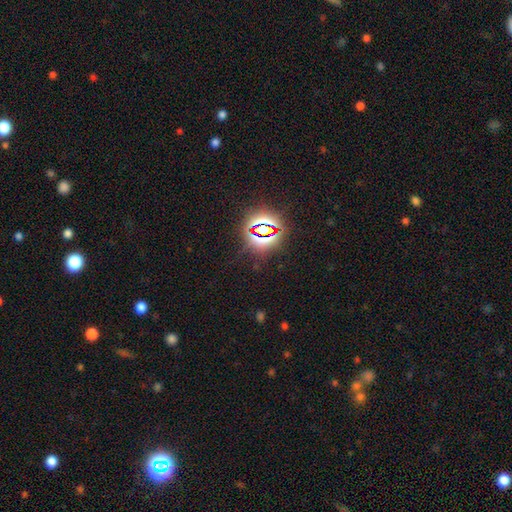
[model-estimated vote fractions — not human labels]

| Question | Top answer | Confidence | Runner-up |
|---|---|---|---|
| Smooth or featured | star or artifact | 80% | smooth (12%) |